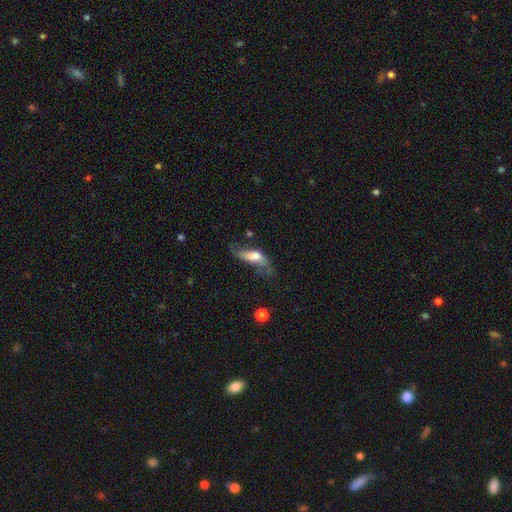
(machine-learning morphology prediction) smooth-or-featured: smooth: 50% | featured or disk: 42% | star or artifact: 8%
  merging: none: 34% | major disturbance: 33% | minor disturbance: 27% | merger: 6%